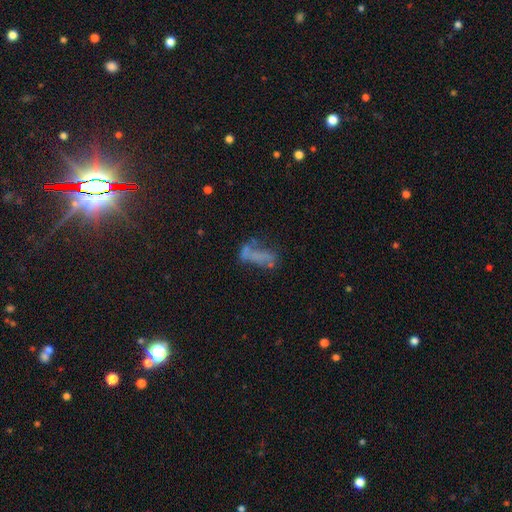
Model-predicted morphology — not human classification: smooth_or_featured: smooth (p=0.43) [alt: featured or disk p=0.39]
merging: none (p=0.32) [alt: major disturbance p=0.29]